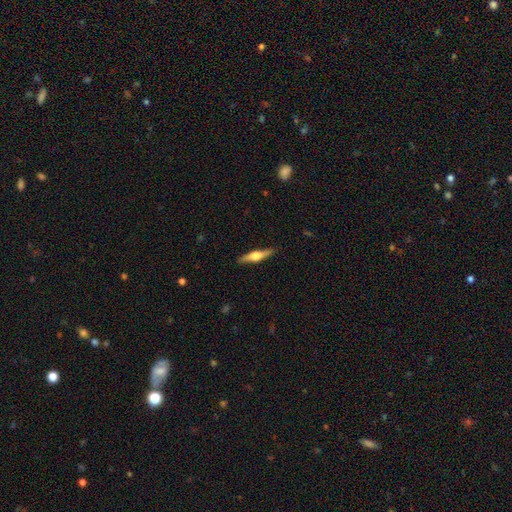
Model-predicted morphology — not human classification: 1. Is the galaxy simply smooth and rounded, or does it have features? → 64% featured or disk, 31% smooth, 6% star or artifact.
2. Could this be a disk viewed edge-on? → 97% yes, 3% no.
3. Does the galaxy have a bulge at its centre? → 92% rounded, 6% boxy, 2% none.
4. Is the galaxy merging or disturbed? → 89% none, 8% minor disturbance, 2% major disturbance, 1% merger.